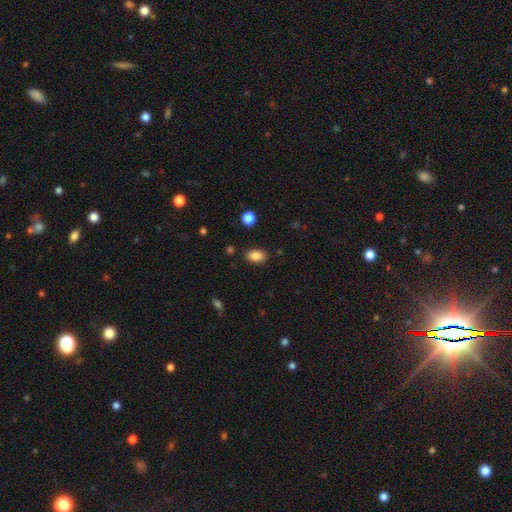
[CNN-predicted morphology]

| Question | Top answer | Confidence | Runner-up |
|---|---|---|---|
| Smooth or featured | smooth | 87% | star or artifact (9%) |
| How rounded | in between | 84% | round (15%) |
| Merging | none | 85% | minor disturbance (10%) |